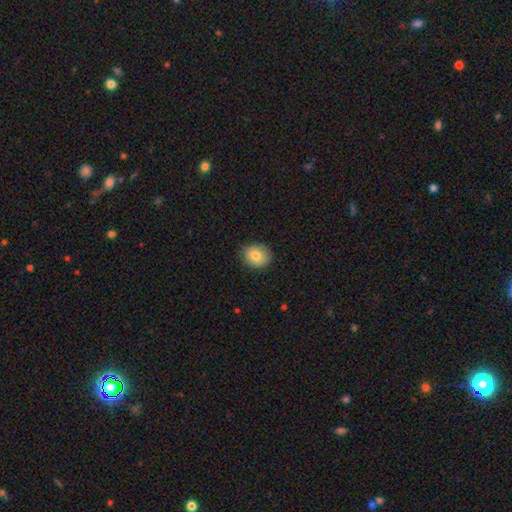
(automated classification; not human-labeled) Overall: smooth (81%). How rounded: round (63%; in between 36%). Merging: none (84%).